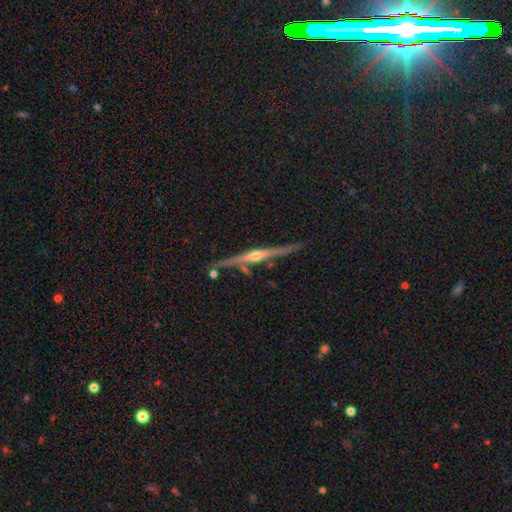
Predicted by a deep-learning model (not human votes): This appears to be a featured or disk galaxy (82%) viewed edge-on (98%) with a rounded central bulge (84%). Merging: none (81%).